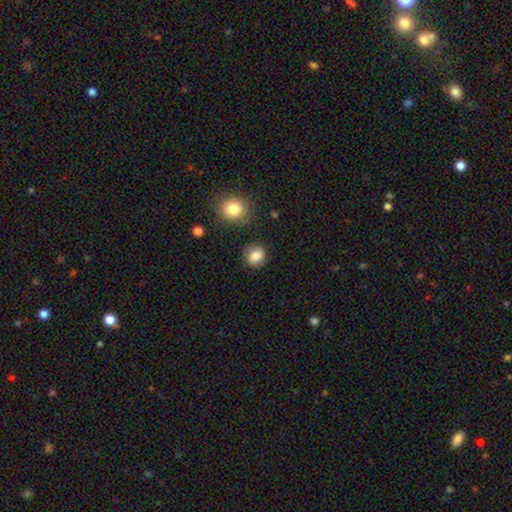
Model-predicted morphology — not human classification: smooth_or_featured: smooth (p=0.75) [alt: featured or disk p=0.16]
how_rounded: round (p=0.67) [alt: in between p=0.32]
merging: none (p=0.80) [alt: minor disturbance p=0.13]